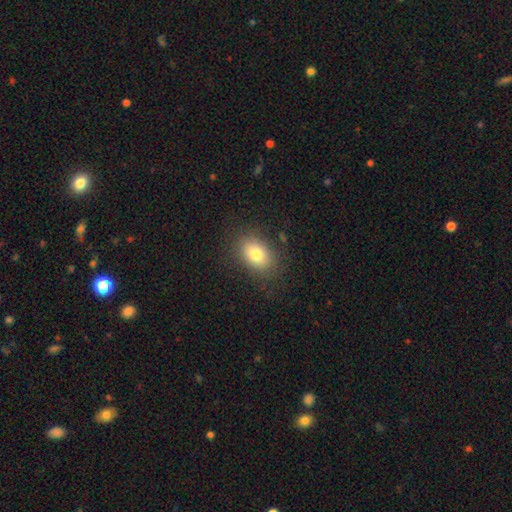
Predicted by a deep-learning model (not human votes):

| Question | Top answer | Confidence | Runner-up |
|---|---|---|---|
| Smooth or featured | smooth | 80% | featured or disk (10%) |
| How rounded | in between | 77% | round (22%) |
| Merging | none | 83% | minor disturbance (11%) |